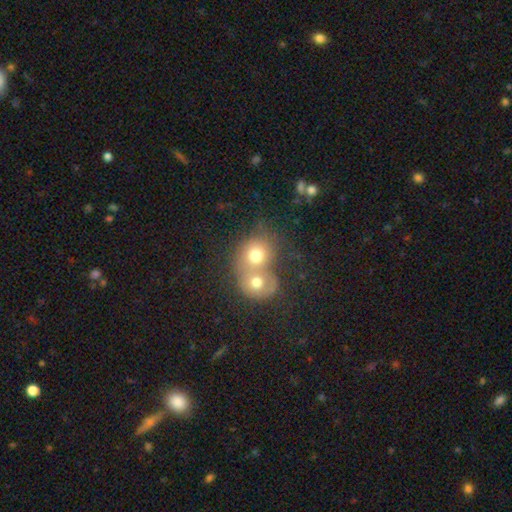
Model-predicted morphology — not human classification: Smooth or featured?
  - smooth: 67% *
  - featured or disk: 22%
  - star or artifact: 11%
How rounded?
  - round: 71% *
  - in between: 28%
  - cigar-shaped: 1%
Merging?
  - merger: 71% *
  - none: 19%
  - minor disturbance: 5%
  - major disturbance: 4%